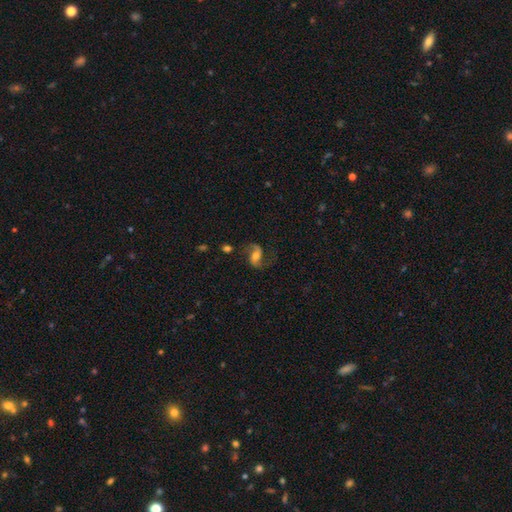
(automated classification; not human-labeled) Smooth or featured? featured or disk (80%)
Edge-on disk? no (97%)
Bar? weak (39%, tied with no)
Spiral arms? yes (96%)
Spiral winding? loose (55%)
Spiral arm count? 2 (92%)
Bulge size? moderate (59%)
Merging? none (72%)